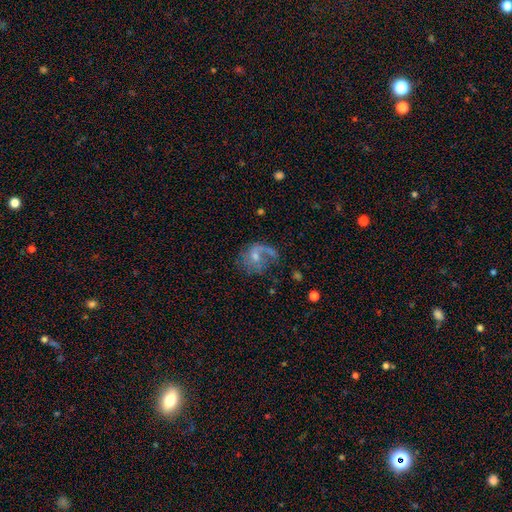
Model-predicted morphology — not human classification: featured or disk 65%, smooth 22%, star or artifact 13%. Down the decision tree: edge-on disk — no (97%); bar — no (69%); spiral arms — yes (78%); bulge size — small (50%); merging — none (44%).